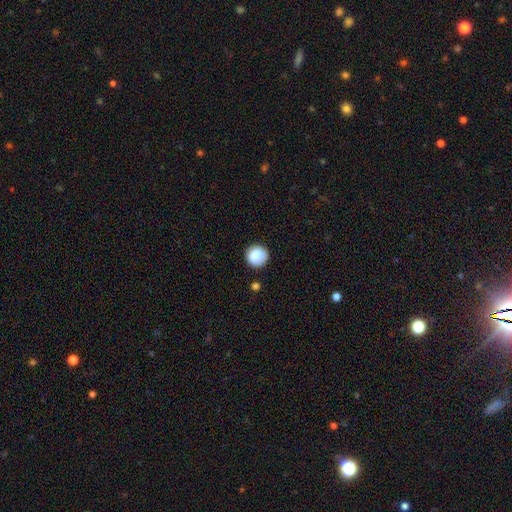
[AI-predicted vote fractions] smooth_or_featured: smooth (p=0.84) [alt: star or artifact p=0.08]
how_rounded: round (p=0.92) [alt: in between p=0.07]
merging: none (p=0.80) [alt: minor disturbance p=0.14]